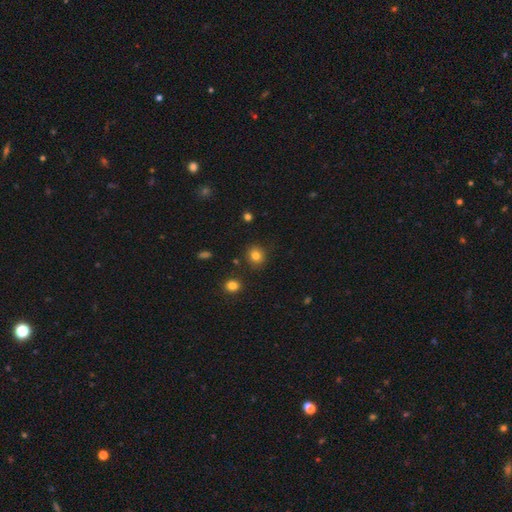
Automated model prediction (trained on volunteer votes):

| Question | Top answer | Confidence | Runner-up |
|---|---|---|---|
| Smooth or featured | smooth | 81% | star or artifact (12%) |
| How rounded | round | 81% | in between (18%) |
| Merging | none | 87% | minor disturbance (8%) |